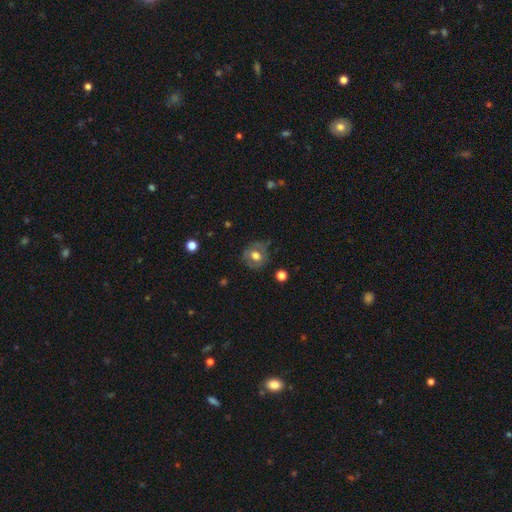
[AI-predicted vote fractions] This appears to be a smooth galaxy with no disk features (58%) that is round (77%). Merging: none (68%).